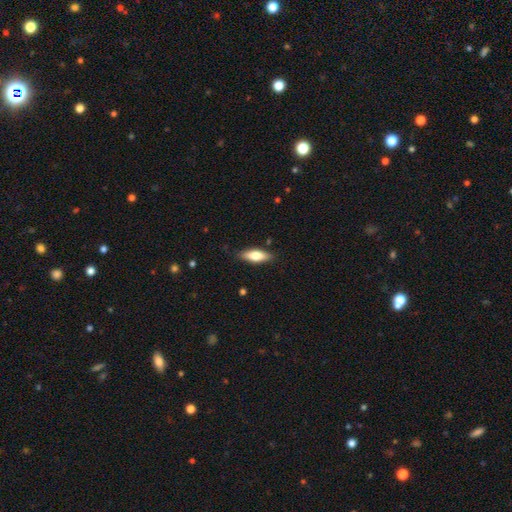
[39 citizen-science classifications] A smooth galaxy with no disk features (69%) that is in between round and cigar-shaped (85%).

Vote fractions:
- Smooth or featured? smooth: 69% / featured or disk: 28% / star or artifact: 3%
- How rounded? in between: 85% / cigar-shaped: 15% / round: 0%
- Merging? none: 92% / minor disturbance: 5% / merger: 3% / major disturbance: 0%